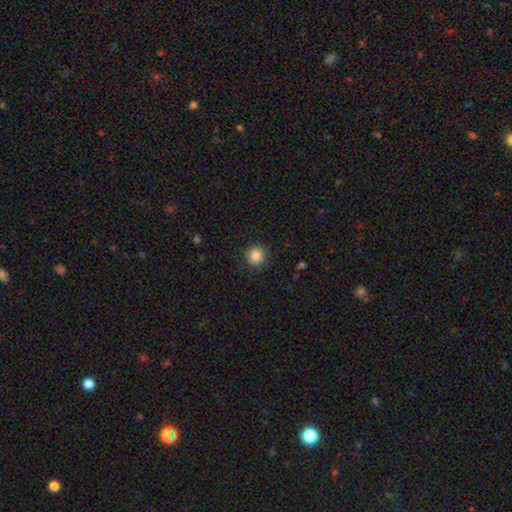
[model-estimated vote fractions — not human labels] This is clearly a smooth galaxy (85%). How rounded: clearly round (94%). Merging: clearly none (90%).